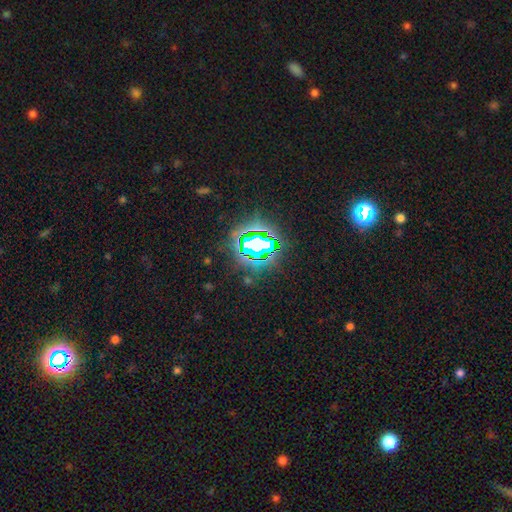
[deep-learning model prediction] Overall: star or artifact (80%).